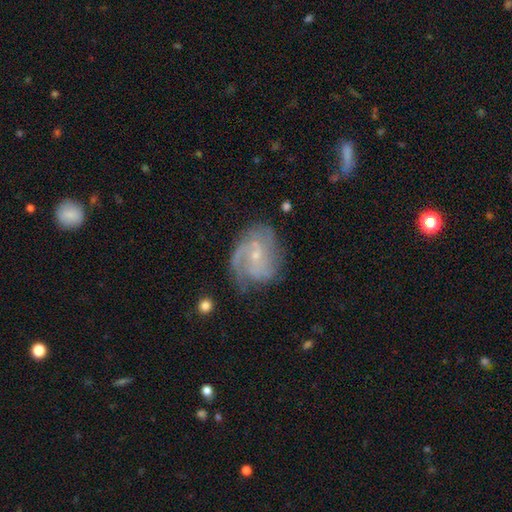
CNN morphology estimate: Overall: featured or disk (80%). Edge-on disk: no (97%). Bar: no (56%; weak 36%). Spiral arms: yes (93%). Spiral arm count: 2 (37%; can't tell 26%). Spiral winding: medium (43%; tight 40%). Bulge size: small (74%). Merging: none (65%).